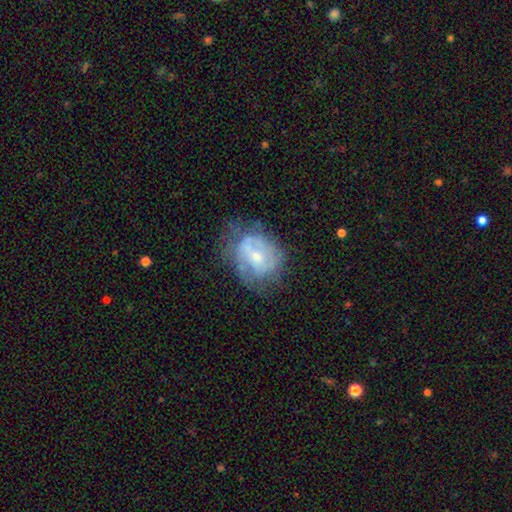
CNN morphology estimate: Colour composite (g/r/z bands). It shows a featured or disk galaxy (64%) with no bar (55%), spiral arms (60%) and a small central bulge (54%). Merging: none (53%).